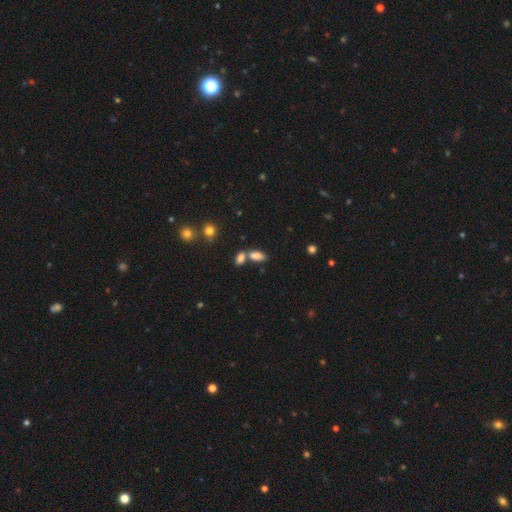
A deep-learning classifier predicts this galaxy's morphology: The model was most divided on "merging": none: 46%, merger: 41%, minor disturbance: 10%, major disturbance: 4%. More confident: how rounded — in between (87%); smooth or featured — smooth (82%).